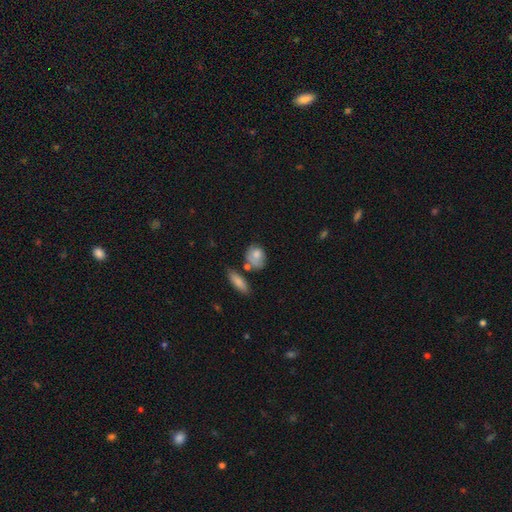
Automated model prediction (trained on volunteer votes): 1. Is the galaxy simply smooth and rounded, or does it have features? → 75% smooth, 18% featured or disk, 8% star or artifact.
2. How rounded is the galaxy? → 50% round, 48% in between, 3% cigar-shaped.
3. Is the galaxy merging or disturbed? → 49% none, 26% minor disturbance, 16% merger, 10% major disturbance.